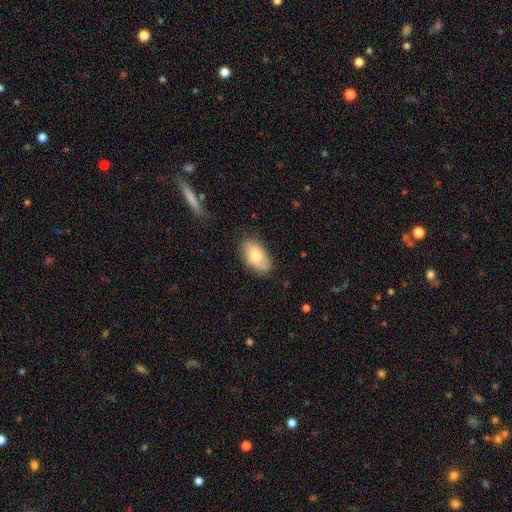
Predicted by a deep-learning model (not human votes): Smooth or featured: smooth — 73% (featured or disk — 20%)
How rounded: in between — 93% (round — 4%)
Merging: none — 81% (minor disturbance — 15%)